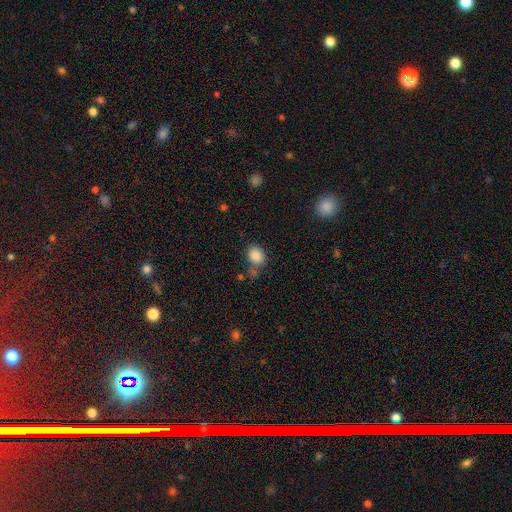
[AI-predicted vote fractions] A smooth galaxy with no disk features (86%) that is in between round and cigar-shaped (52%).

Vote fractions:
- Smooth or featured? smooth: 86% / star or artifact: 9% / featured or disk: 5%
- How rounded? in between: 52% / round: 47% / cigar-shaped: 1%
- Merging? none: 65% / minor disturbance: 16% / merger: 13% / major disturbance: 6%